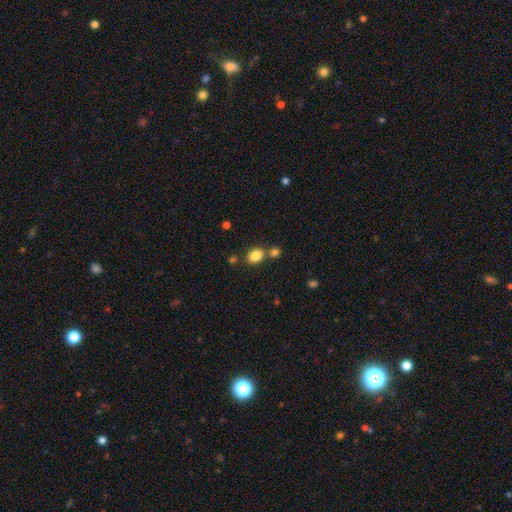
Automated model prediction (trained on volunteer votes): Smooth or featured? smooth (85%)
How rounded? in between (69%)
Merging? none (64%)